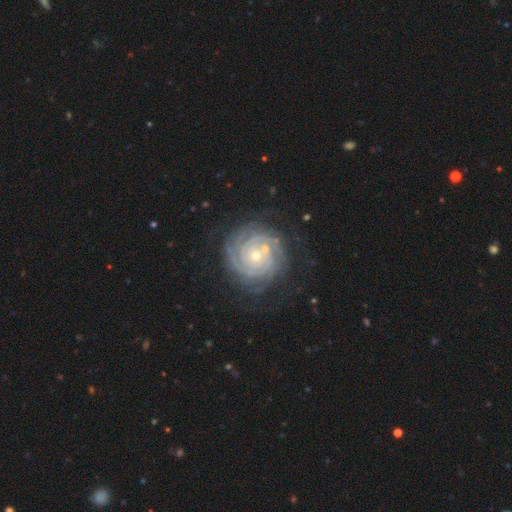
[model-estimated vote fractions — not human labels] smooth_or_featured: featured or disk (p=0.88) [alt: star or artifact p=0.07]
disk_edge_on: no (p=0.98) [alt: yes p=0.02]
bar: no (p=0.79) [alt: weak p=0.15]
has_spiral_arms: yes (p=0.98) [alt: no p=0.02]
spiral_winding: tight (p=0.86) [alt: medium p=0.12]
spiral_arm_count: 4 (p=0.25) [alt: can't tell p=0.22]
bulge_size: small (p=0.71) [alt: moderate p=0.26]
merging: none (p=0.77) [alt: minor disturbance p=0.14]